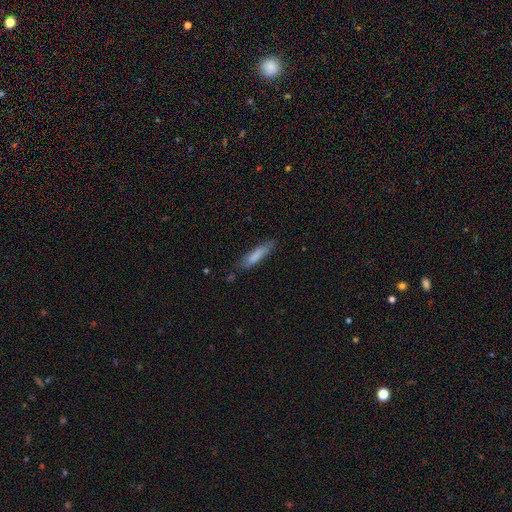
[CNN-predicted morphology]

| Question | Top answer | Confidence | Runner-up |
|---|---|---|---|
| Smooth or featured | smooth | 79% | featured or disk (15%) |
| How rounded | cigar-shaped | 78% | in between (21%) |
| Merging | none | 74% | minor disturbance (20%) |